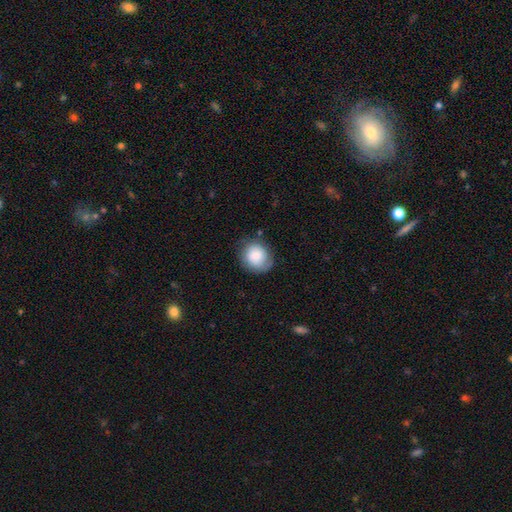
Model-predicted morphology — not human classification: smooth-or-featured: smooth: 80% | featured or disk: 13% | star or artifact: 7%
  how-rounded: round: 68% | in between: 31% | cigar-shaped: 1%
  merging: none: 72% | minor disturbance: 21% | major disturbance: 6% | merger: 2%